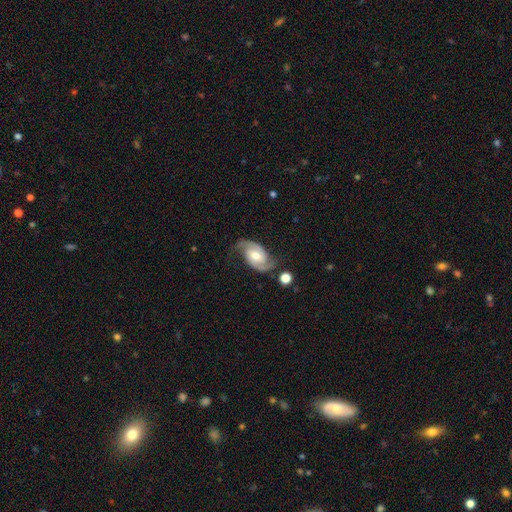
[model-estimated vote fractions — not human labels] Smooth or featured? Predicted: featured or disk (p=0.87). Edge-on disk? Predicted: no (p=0.97). Bar? Predicted: no (p=0.50). Spiral arms? Predicted: yes (p=0.97). Spiral winding? Predicted: medium (p=0.51). Spiral arm count? Predicted: 2 (p=0.93). Bulge size? Predicted: moderate (p=0.67). Merging? Predicted: none (p=0.75).